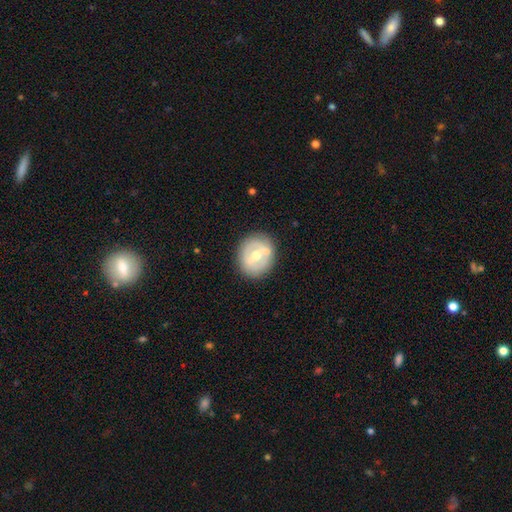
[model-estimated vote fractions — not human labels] Q: Smooth or featured?
A: featured or disk (57%); runner-up: smooth (37%)
Q: Edge-on disk?
A: no (95%); runner-up: yes (5%)
Q: Bar?
A: no (45%); runner-up: weak (37%)
Q: Spiral arms?
A: no (80%); runner-up: yes (20%)
Q: Bulge size?
A: moderate (75%); runner-up: small (16%)
Q: Merging?
A: none (76%); runner-up: minor disturbance (13%)